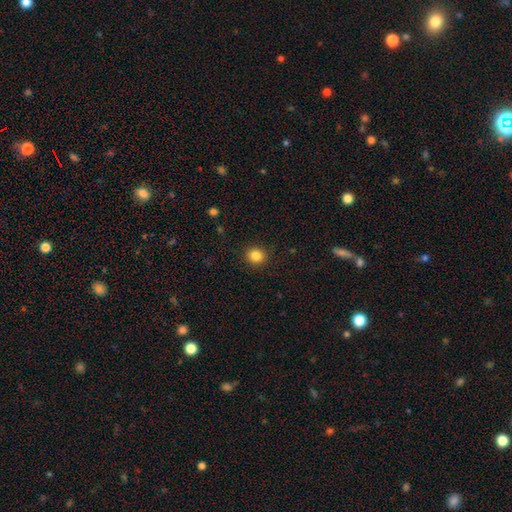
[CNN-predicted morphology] smooth-or-featured: smooth: 85% | star or artifact: 11% | featured or disk: 4%
  how-rounded: round: 82% | in between: 17% | cigar-shaped: 1%
  merging: none: 90% | minor disturbance: 6% | major disturbance: 2% | merger: 1%